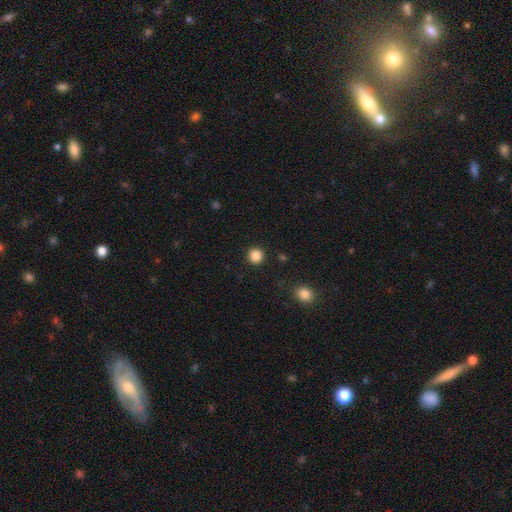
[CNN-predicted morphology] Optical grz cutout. It shows a smooth galaxy with no disk features (86%) that is round (93%). Merging: none (92%).